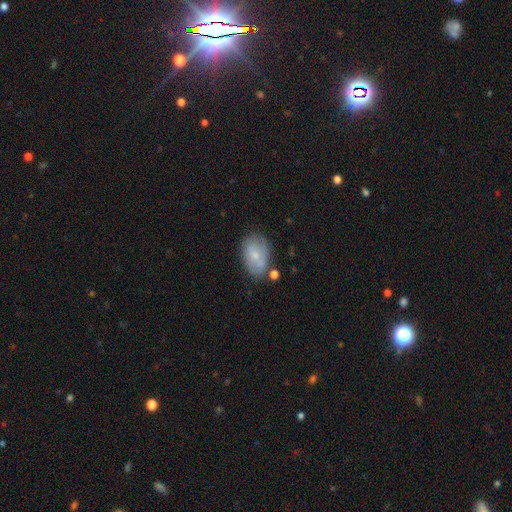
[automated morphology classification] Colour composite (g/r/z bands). It shows a smooth galaxy with no disk features (58%) that is in between round and cigar-shaped (87%). Merging: none (65%).